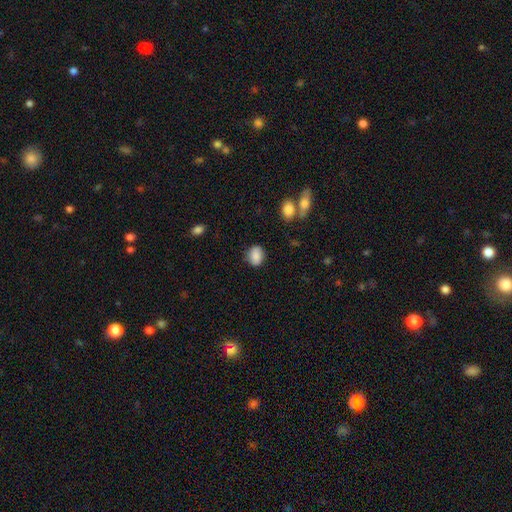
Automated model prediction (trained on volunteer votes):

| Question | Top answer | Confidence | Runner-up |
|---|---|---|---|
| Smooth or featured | smooth | 84% | star or artifact (8%) |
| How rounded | in between | 51% | round (47%) |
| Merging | none | 80% | minor disturbance (14%) |